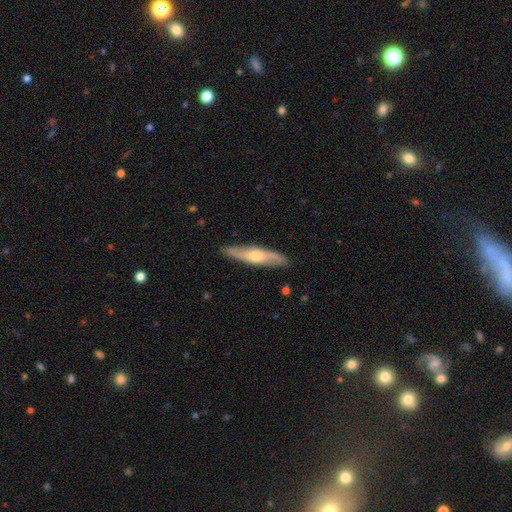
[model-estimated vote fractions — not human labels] Q: Smooth or featured?
A: featured or disk (62%); runner-up: smooth (33%)
Q: Edge-on disk?
A: yes (70%); runner-up: no (30%)
Q: Merging?
A: none (87%); runner-up: minor disturbance (10%)